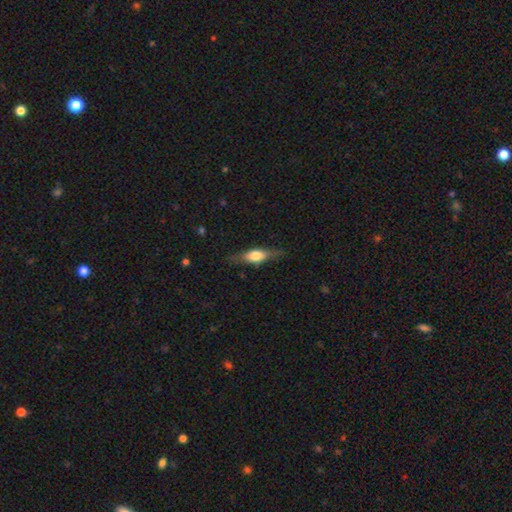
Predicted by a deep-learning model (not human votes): This is possibly a smooth galaxy (51%). How rounded: possibly in between (51%). Merging: likely none (78%).